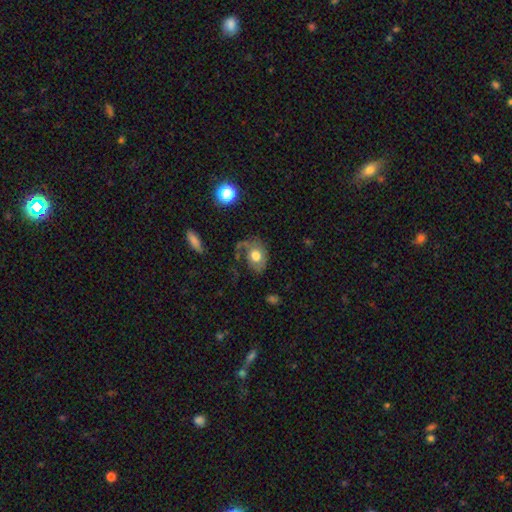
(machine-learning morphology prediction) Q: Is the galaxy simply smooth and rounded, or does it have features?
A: smooth — 58%.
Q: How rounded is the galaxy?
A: in between — 57%.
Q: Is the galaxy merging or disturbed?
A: none — 47%.